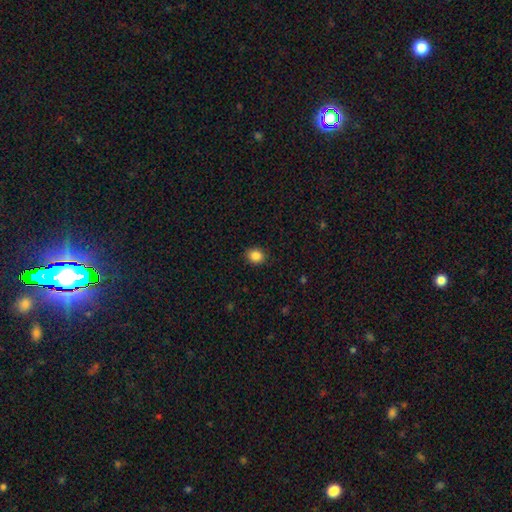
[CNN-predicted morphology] Smooth or featured?
  - smooth: 87% *
  - star or artifact: 10%
  - featured or disk: 3%
How rounded?
  - round: 70% *
  - in between: 29%
  - cigar-shaped: 1%
Merging?
  - none: 90% *
  - minor disturbance: 7%
  - major disturbance: 2%
  - merger: 1%